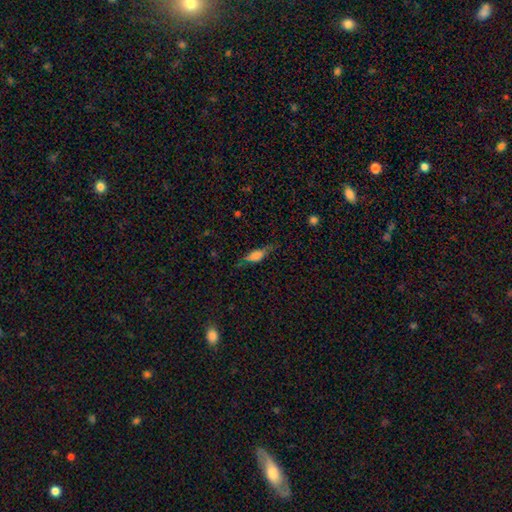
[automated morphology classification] Smooth or featured? Predicted: smooth (p=0.56). How rounded? Predicted: in between (p=0.61). Merging? Predicted: none (p=0.64).